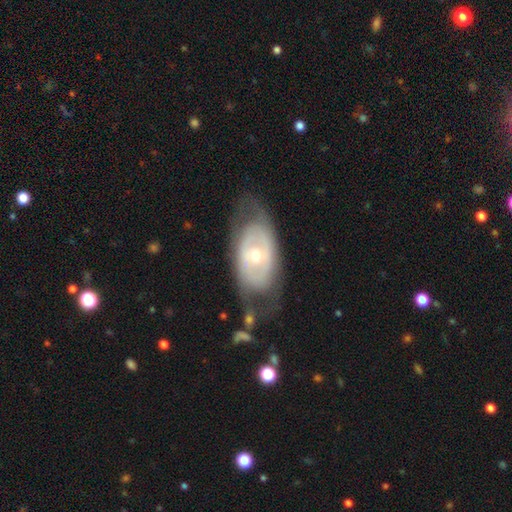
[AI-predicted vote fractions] Morphology: type=featured or disk (67%); edge-on=no (91%); bar=no (68%); spiral arms=no (61%); bulge=moderate (54%); merging=none (65%).